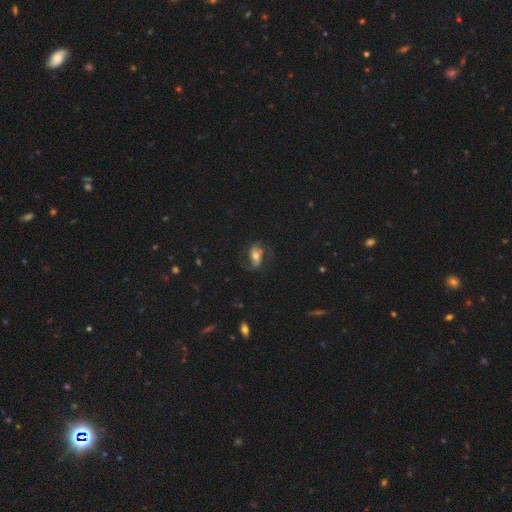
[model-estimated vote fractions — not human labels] featured or disk 67%, smooth 24%, star or artifact 9%. Down the decision tree: edge-on disk — no (95%); bar — no (42%); spiral arms — yes (89%); spiral arm count — 2 (87%); spiral winding — loose (48%); bulge size — moderate (61%); merging — none (64%).